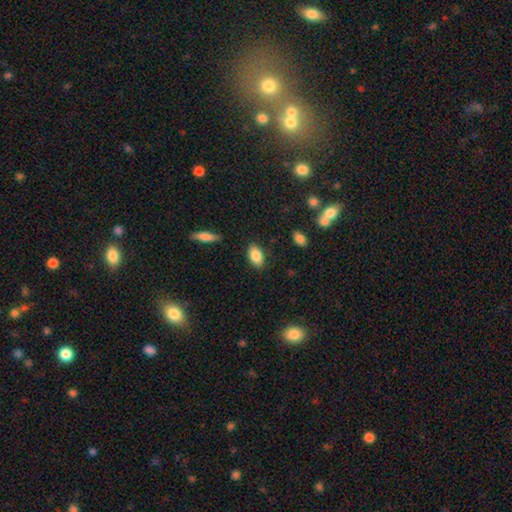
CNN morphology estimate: smooth 86%, star or artifact 8%, featured or disk 7%. Down the decision tree: how rounded — in between (92%); merging — none (85%).